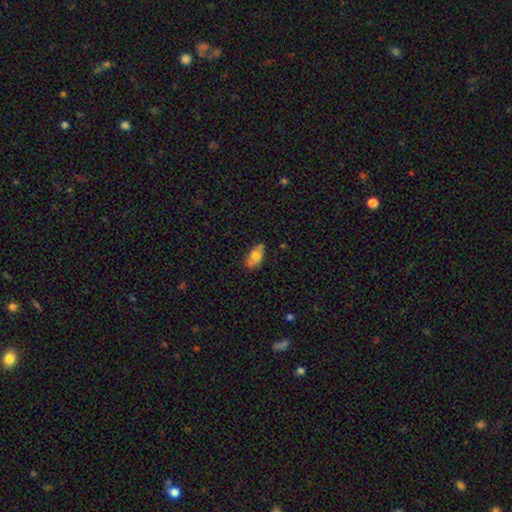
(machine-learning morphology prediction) Smooth or featured? Predicted: smooth (p=0.71). How rounded? Predicted: in between (p=0.90). Merging? Predicted: none (p=0.73).